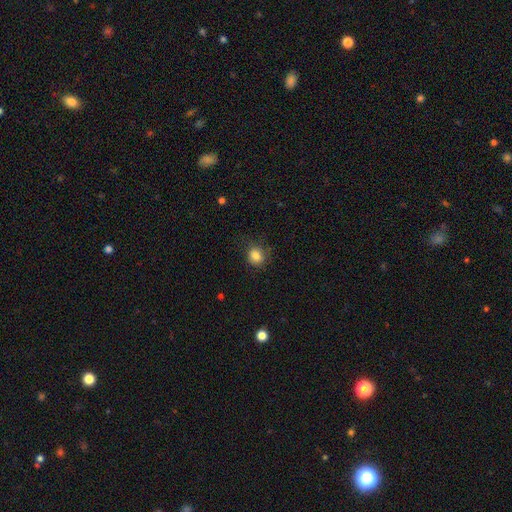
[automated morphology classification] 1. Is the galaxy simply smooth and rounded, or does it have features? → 83% smooth, 11% star or artifact, 6% featured or disk.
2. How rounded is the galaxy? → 71% round, 28% in between, 1% cigar-shaped.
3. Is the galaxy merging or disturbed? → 76% none, 17% minor disturbance, 5% major disturbance, 1% merger.